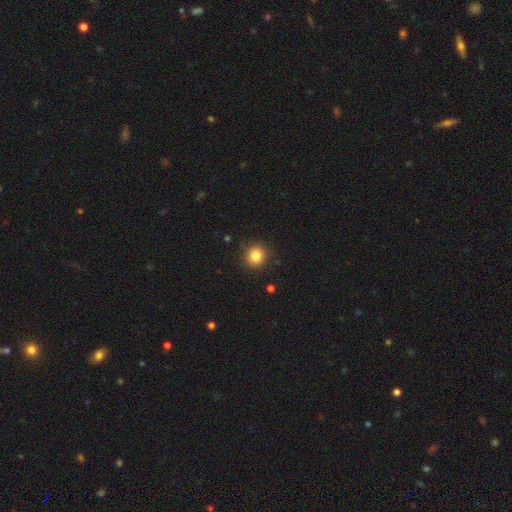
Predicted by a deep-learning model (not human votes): smooth 84%, star or artifact 11%, featured or disk 5%. Down the decision tree: how rounded — round (87%); merging — none (89%).